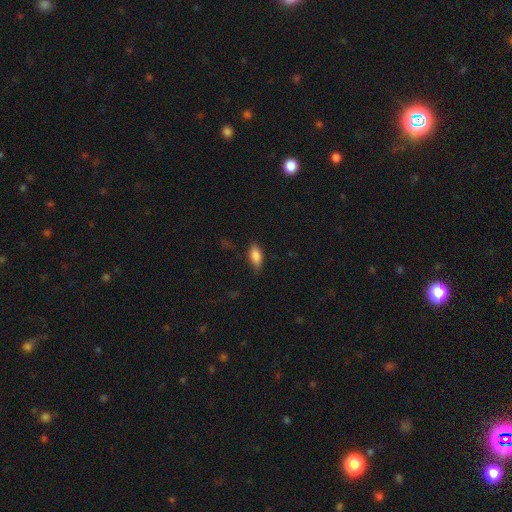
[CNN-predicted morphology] Smooth or featured? smooth (83%)
How rounded? in between (84%)
Merging? none (79%)